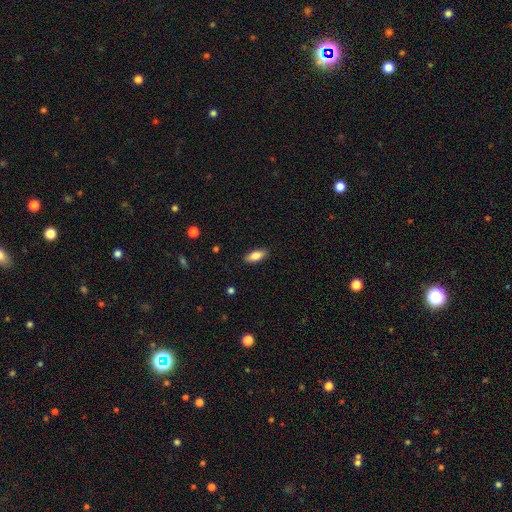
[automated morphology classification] A smooth galaxy with no disk features (82%) that is in between round and cigar-shaped (82%). Merging: none (88%).